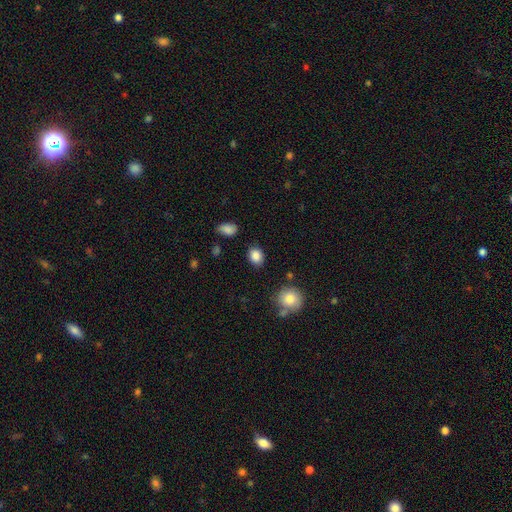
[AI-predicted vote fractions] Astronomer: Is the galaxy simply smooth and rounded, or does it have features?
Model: smooth — 86%.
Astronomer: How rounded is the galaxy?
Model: in between — 58% (runner-up: round, 41%).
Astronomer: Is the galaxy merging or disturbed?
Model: none — 83%.